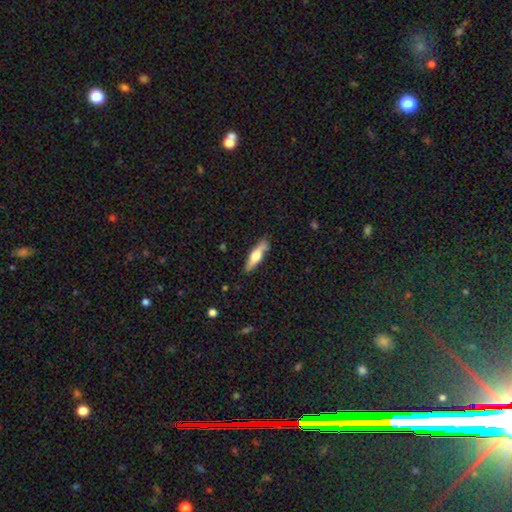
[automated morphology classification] type=featured or disk (48%); merging=none (82%).